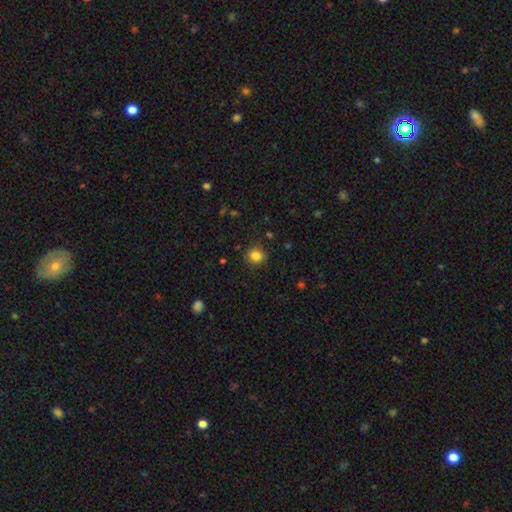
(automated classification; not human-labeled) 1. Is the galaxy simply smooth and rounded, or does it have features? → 84% smooth, 12% star or artifact, 5% featured or disk.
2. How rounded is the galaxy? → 87% round, 12% in between, 1% cigar-shaped.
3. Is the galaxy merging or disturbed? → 88% none, 8% minor disturbance, 2% major disturbance, 1% merger.